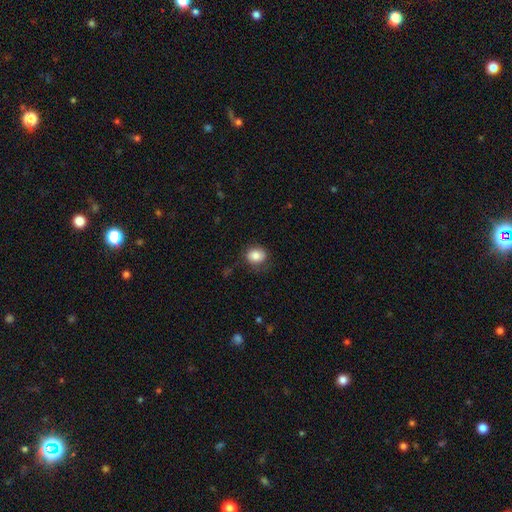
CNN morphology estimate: smooth-or-featured: smooth: 80% | featured or disk: 12% | star or artifact: 9%
  how-rounded: round: 61% | in between: 38% | cigar-shaped: 1%
  merging: none: 70% | minor disturbance: 20% | major disturbance: 9% | merger: 1%